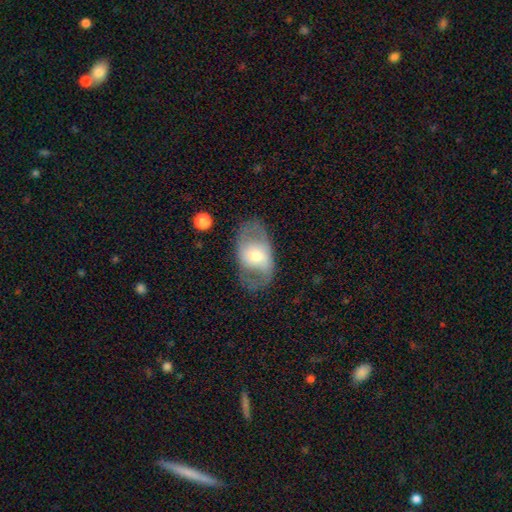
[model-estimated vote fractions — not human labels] featured or disk 57%, smooth 37%, star or artifact 6%. Down the decision tree: edge-on disk — no (92%); bar — no (55%); spiral arms — yes (55%); bulge size — moderate (60%); merging — none (70%).